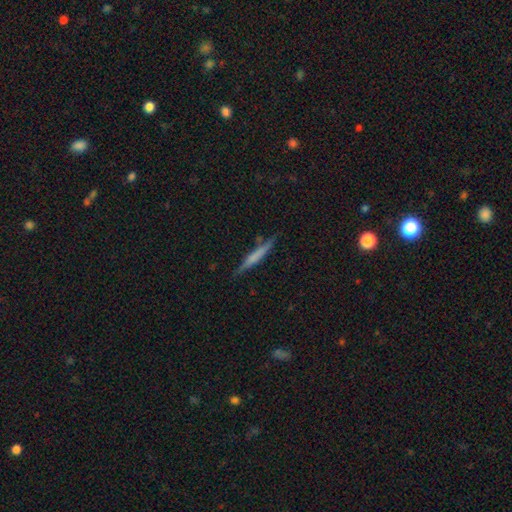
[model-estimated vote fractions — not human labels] Smooth or featured? smooth (52%)
How rounded? cigar-shaped (94%)
Merging? none (79%)